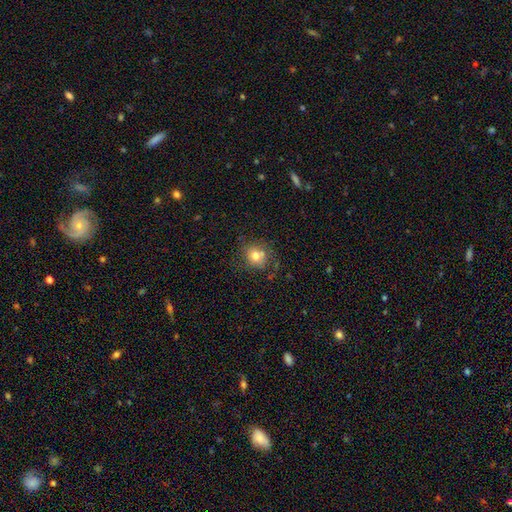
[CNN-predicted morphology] A smooth galaxy with no disk features (75%) that is round (77%).

Vote fractions:
- Smooth or featured? smooth: 75% / featured or disk: 14% / star or artifact: 12%
- How rounded? round: 77% / in between: 22% / cigar-shaped: 1%
- Merging? none: 65% / minor disturbance: 17% / merger: 10% / major disturbance: 8%